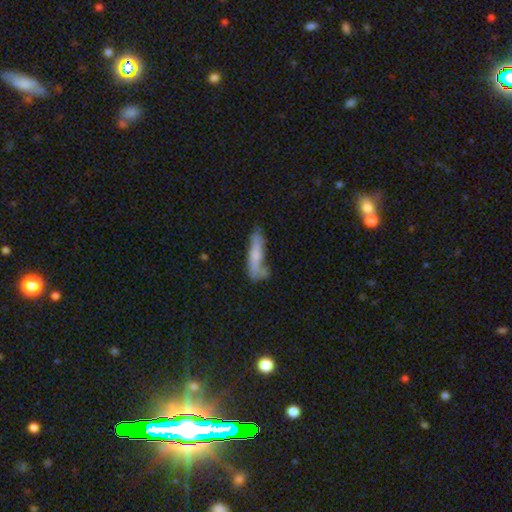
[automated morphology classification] Overall: smooth (66%; featured or disk 27%). How rounded: cigar-shaped (85%). Merging: none (56%; minor disturbance 23%).